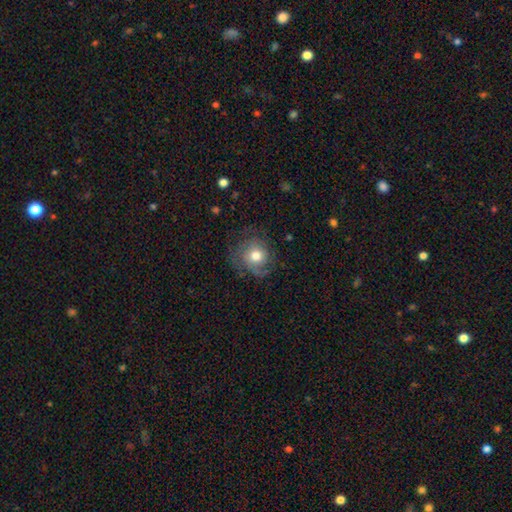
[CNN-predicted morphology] Smooth or featured? smooth (48%)
Merging? none (66%)